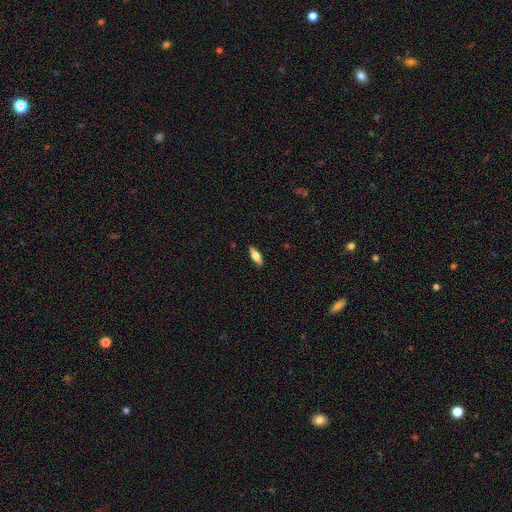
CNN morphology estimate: The model was most divided on "how rounded": in between: 58%, cigar-shaped: 39%, round: 3%. More confident: merging — none (88%); smooth or featured — smooth (60%).